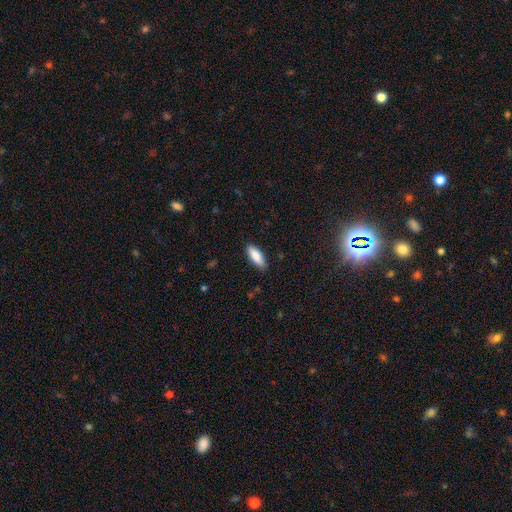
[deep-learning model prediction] smooth 85%, featured or disk 9%, star or artifact 6%. Down the decision tree: how rounded — in between (66%); merging — none (84%).